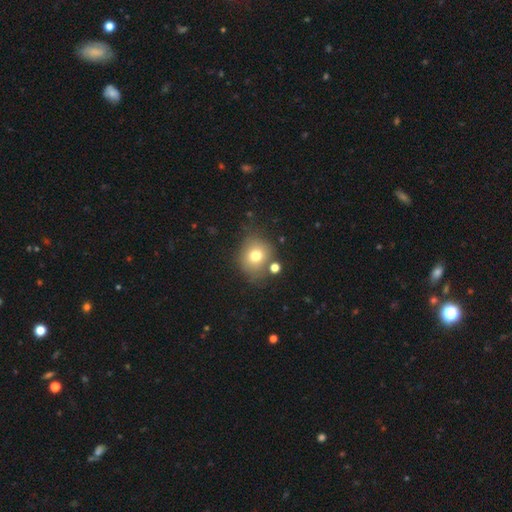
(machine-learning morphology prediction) type=smooth (73%); roundness=round (75%); merging=none (67%).